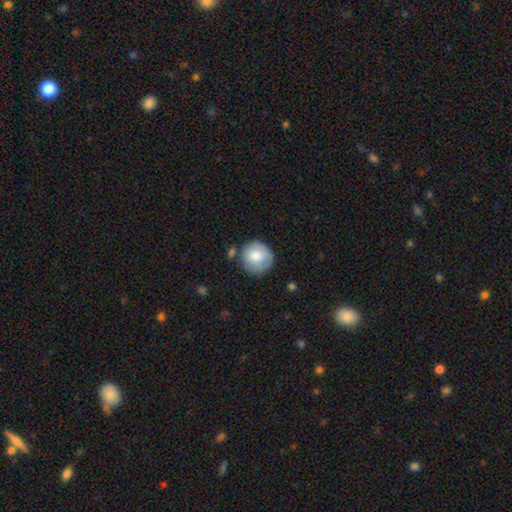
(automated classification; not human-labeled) smooth 77%, featured or disk 15%, star or artifact 7%. Down the decision tree: how rounded — round (91%); merging — none (73%).